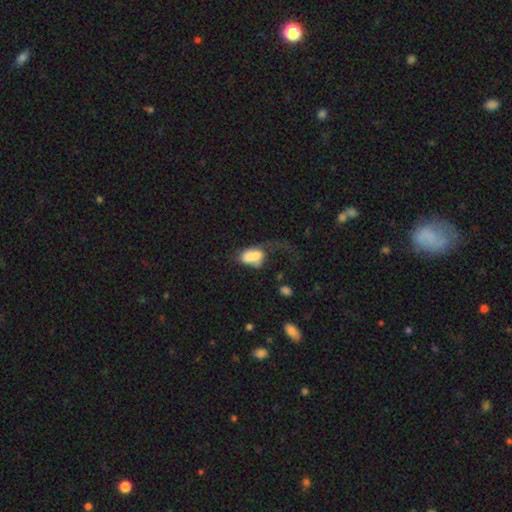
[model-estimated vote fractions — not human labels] The model was most divided on "merging" (2-way tie): major disturbance: 36%, merger: 36%, none: 15%, minor disturbance: 13%. More confident: how rounded — in between (85%); smooth or featured — smooth (67%).